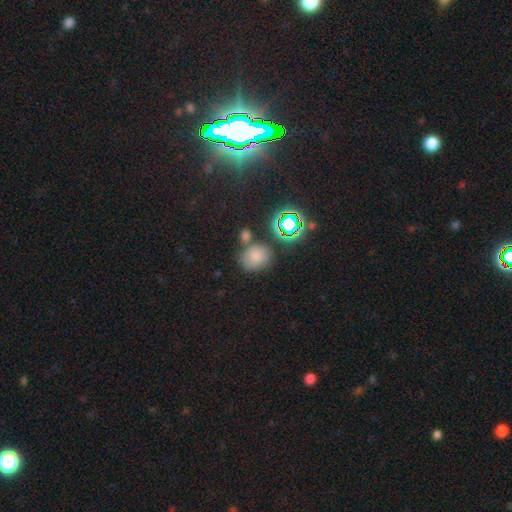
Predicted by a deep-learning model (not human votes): Q: Smooth or featured?
A: smooth (68%); runner-up: star or artifact (23%)
Q: How rounded?
A: round (59%); runner-up: in between (40%)
Q: Merging?
A: none (62%); runner-up: minor disturbance (16%)